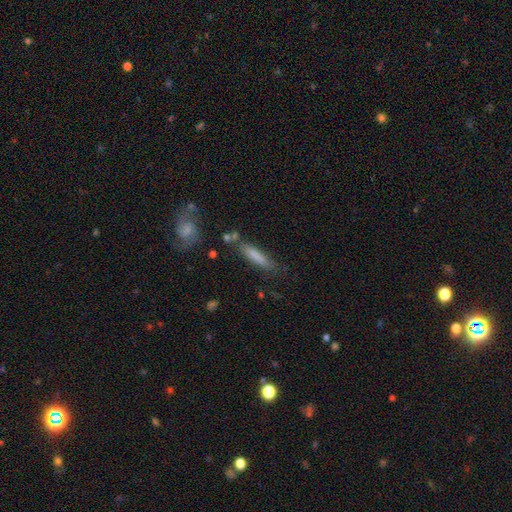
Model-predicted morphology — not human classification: type=smooth (74%); roundness=cigar-shaped (85%); merging=none (74%).